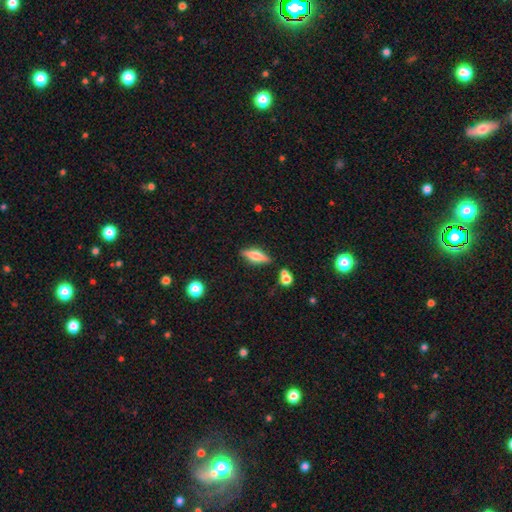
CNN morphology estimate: This appears to be a smooth galaxy with no disk features (46%, tied with featured or disk). Merging: none (82%).